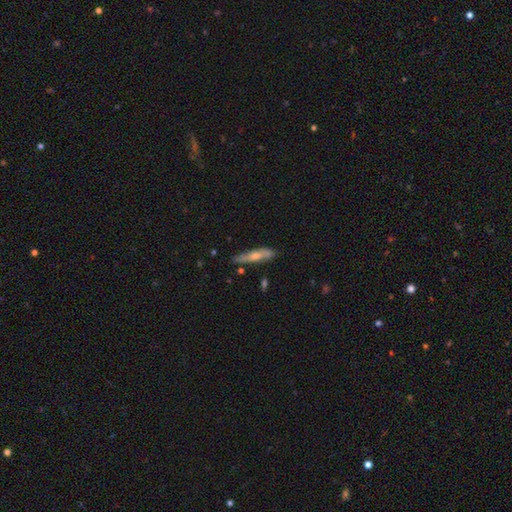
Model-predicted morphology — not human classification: smooth-or-featured: smooth: 49% | featured or disk: 45% | star or artifact: 6%
  merging: none: 71% | minor disturbance: 21% | major disturbance: 4% | merger: 3%